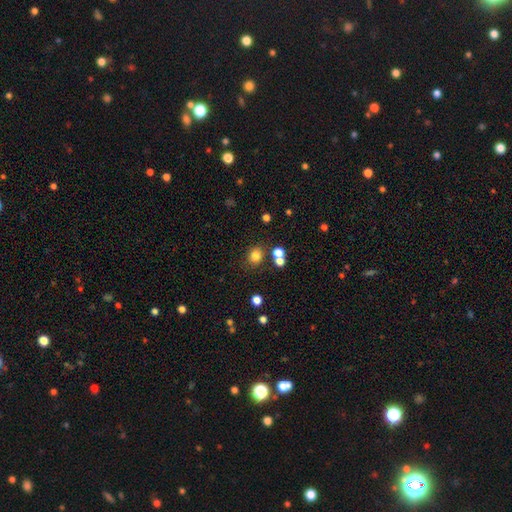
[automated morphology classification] smooth_or_featured: smooth (p=0.79) [alt: star or artifact p=0.15]
how_rounded: round (p=0.74) [alt: in between p=0.25]
merging: none (p=0.76) [alt: merger p=0.11]